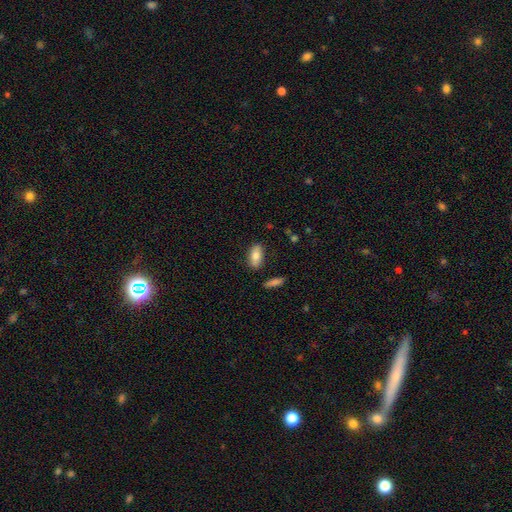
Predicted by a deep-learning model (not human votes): A smooth galaxy with no disk features (80%) that is in between round and cigar-shaped (88%).

Vote fractions:
- Smooth or featured? smooth: 80% / featured or disk: 13% / star or artifact: 7%
- How rounded? in between: 88% / cigar-shaped: 8% / round: 3%
- Merging? none: 83% / minor disturbance: 12% / merger: 3% / major disturbance: 3%